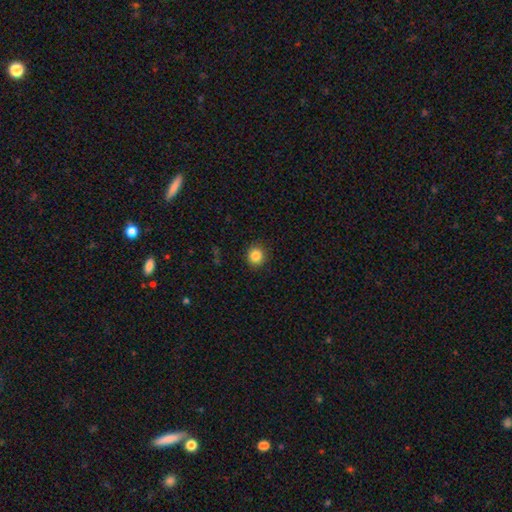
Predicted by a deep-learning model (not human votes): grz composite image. It shows a smooth galaxy with no disk features (85%) that is round (88%). Merging: none (91%).